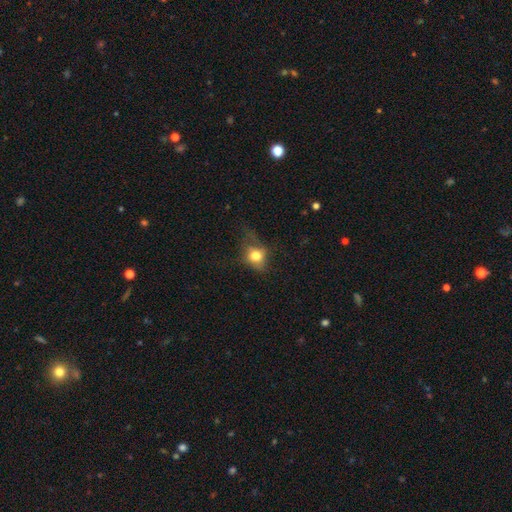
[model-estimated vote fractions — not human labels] smooth-or-featured: smooth: 71% | featured or disk: 17% | star or artifact: 12%
  how-rounded: round: 59% | in between: 39% | cigar-shaped: 2%
  merging: none: 47% | minor disturbance: 28% | major disturbance: 24% | merger: 2%